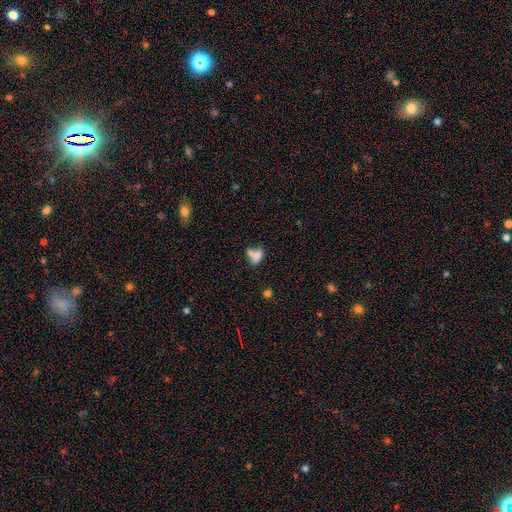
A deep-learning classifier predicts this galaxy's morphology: Smooth or featured? smooth (68%)
How rounded? in between (75%)
Merging? merger (45%)